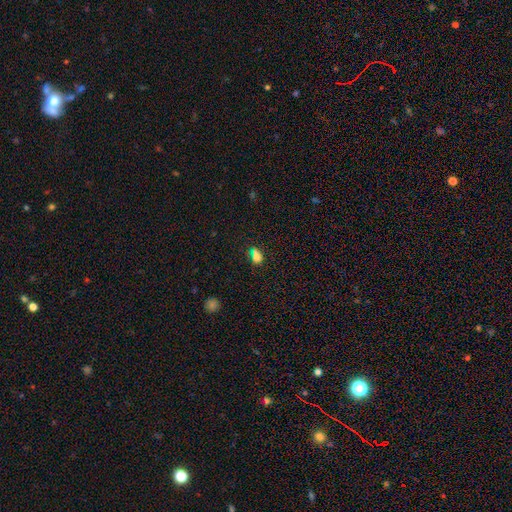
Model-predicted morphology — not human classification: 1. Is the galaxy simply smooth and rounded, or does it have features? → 61% smooth, 33% star or artifact, 6% featured or disk.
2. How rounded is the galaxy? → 56% round, 39% in between, 5% cigar-shaped.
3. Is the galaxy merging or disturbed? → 75% none, 12% minor disturbance, 7% merger, 6% major disturbance.